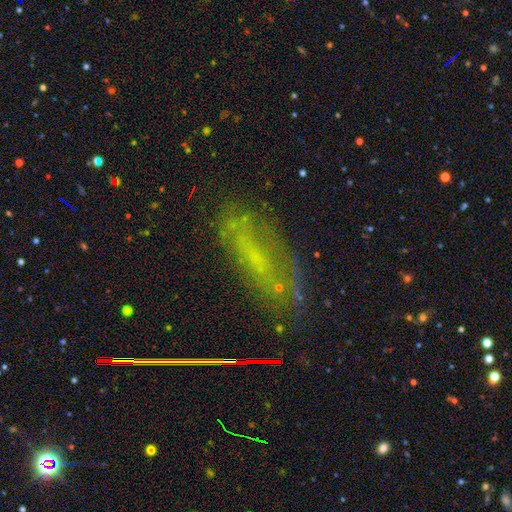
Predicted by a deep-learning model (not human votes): smooth-or-featured: featured or disk: 43% | smooth: 33% | star or artifact: 24%
  merging: none: 61% | minor disturbance: 22% | major disturbance: 14% | merger: 3%